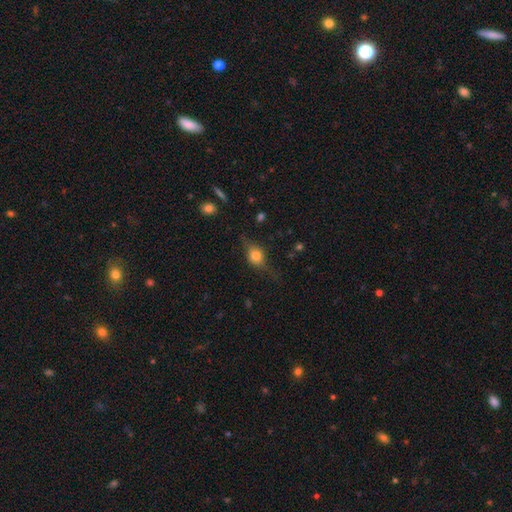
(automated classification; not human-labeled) This appears to be a smooth galaxy with no disk features (59%) that is round (52%). Merging: none (64%).